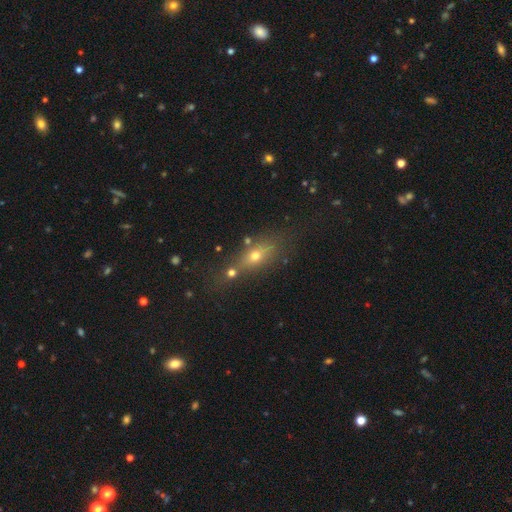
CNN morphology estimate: smooth_or_featured: smooth (p=0.55) [alt: featured or disk p=0.24]
how_rounded: in between (p=0.52) [alt: cigar-shaped p=0.28]
merging: none (p=0.57) [alt: merger p=0.22]